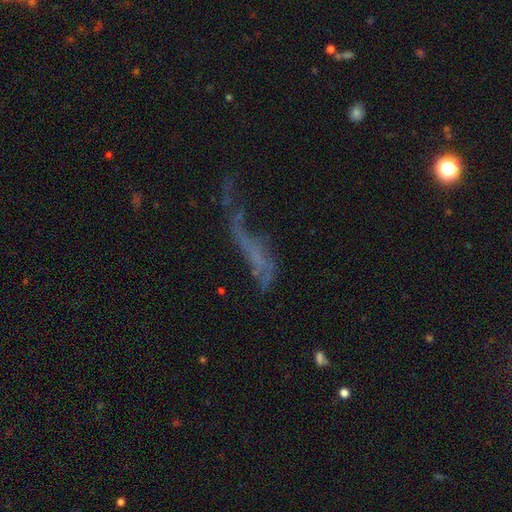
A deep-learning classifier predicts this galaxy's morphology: Smooth or featured: featured or disk — 47% (smooth — 30%)
Merging: major disturbance — 47% (none — 27%)